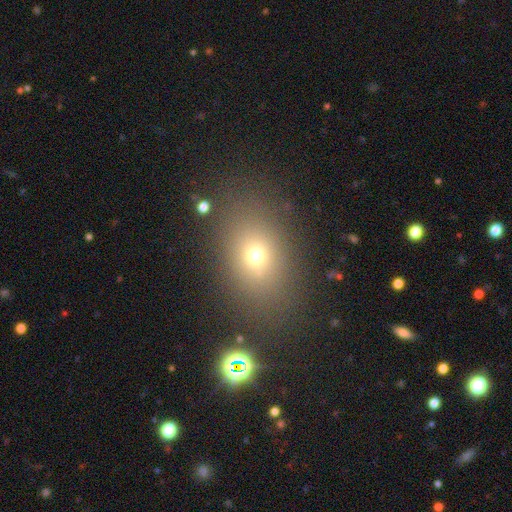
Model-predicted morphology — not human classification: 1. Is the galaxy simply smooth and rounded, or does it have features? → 66% smooth, 20% star or artifact, 14% featured or disk.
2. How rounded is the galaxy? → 67% in between, 31% round, 2% cigar-shaped.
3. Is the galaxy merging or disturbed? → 80% none, 10% minor disturbance, 6% major disturbance, 4% merger.